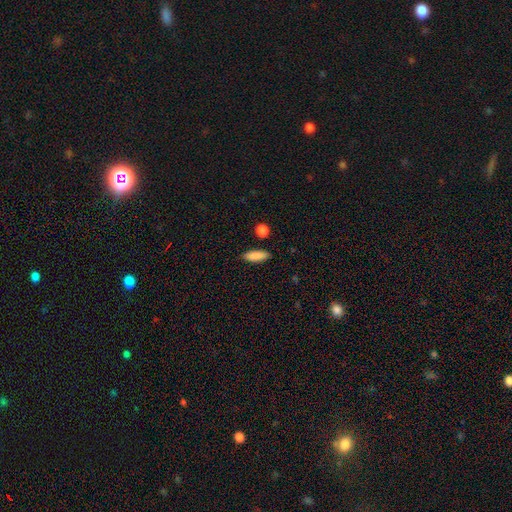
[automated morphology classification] This appears to be a smooth galaxy with no disk features (88%) that is in between round and cigar-shaped (59%). Merging: none (86%).